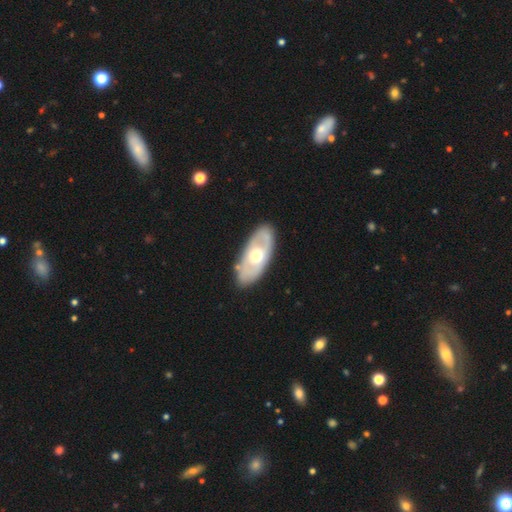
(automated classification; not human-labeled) smooth_or_featured: featured or disk (p=0.57) [alt: smooth p=0.38]
disk_edge_on: no (p=0.83) [alt: yes p=0.17]
merging: none (p=0.83) [alt: minor disturbance p=0.12]